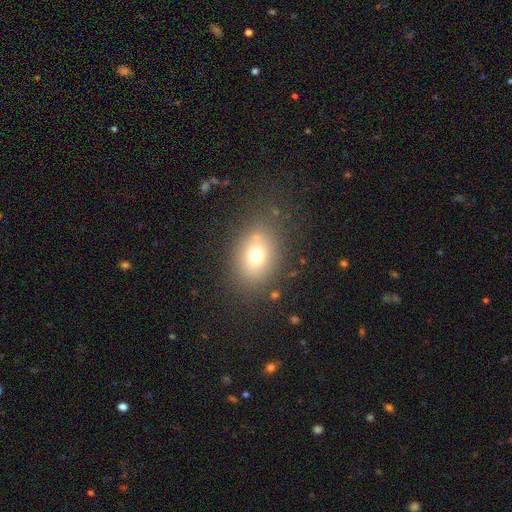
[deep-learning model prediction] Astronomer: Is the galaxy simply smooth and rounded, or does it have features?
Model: smooth — 71%.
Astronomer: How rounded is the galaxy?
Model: in between — 63%.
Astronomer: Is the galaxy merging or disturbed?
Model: none — 77%.